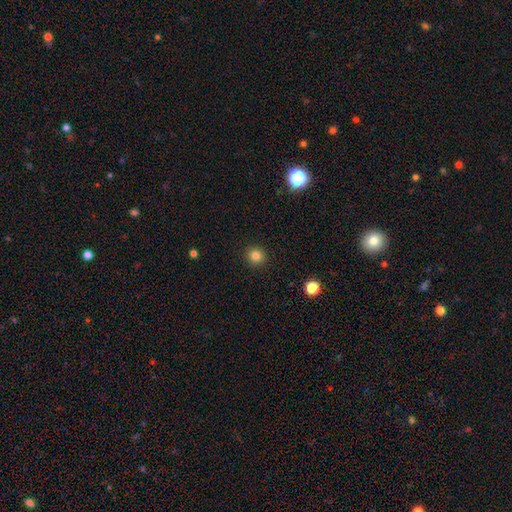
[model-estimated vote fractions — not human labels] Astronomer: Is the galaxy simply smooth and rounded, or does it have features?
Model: smooth — 83%.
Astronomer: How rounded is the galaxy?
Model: round — 89%.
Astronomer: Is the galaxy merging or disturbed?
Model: none — 92%.